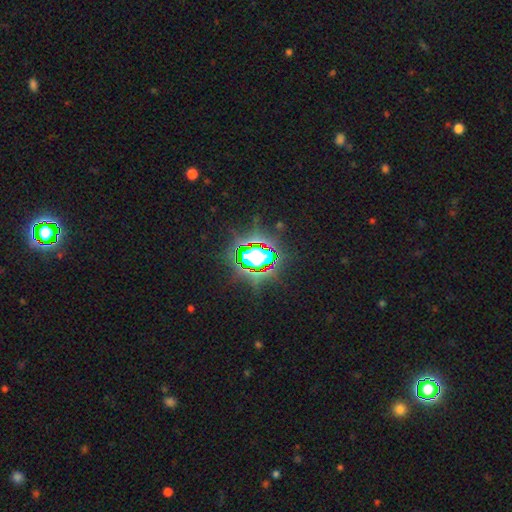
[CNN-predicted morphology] Smooth or featured? Predicted: star or artifact (p=0.74).